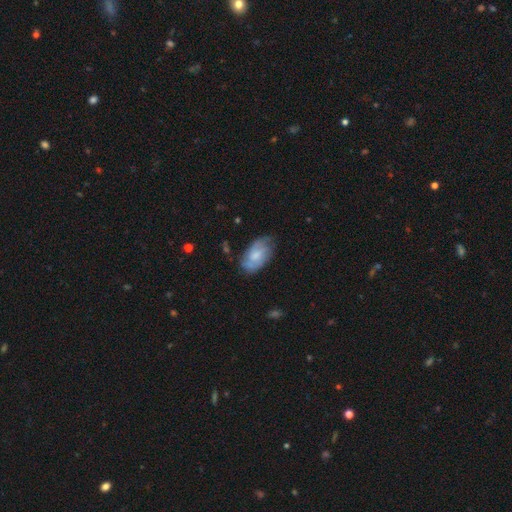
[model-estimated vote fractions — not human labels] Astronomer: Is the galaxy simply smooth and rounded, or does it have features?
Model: featured or disk — 49% (runner-up: smooth, 44%).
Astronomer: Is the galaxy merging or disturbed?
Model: none — 61%.